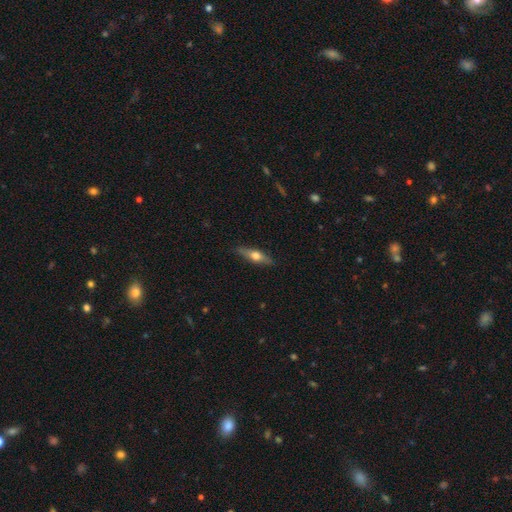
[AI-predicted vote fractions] smooth_or_featured: featured or disk (p=0.52) [alt: smooth p=0.42]
disk_edge_on: yes (p=0.91) [alt: no p=0.09]
merging: none (p=0.87) [alt: minor disturbance p=0.09]